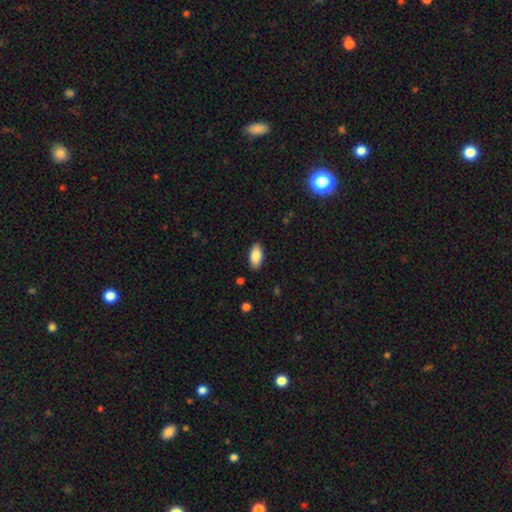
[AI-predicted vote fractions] The model was most divided on "smooth or featured": smooth: 85%, featured or disk: 8%, star or artifact: 6%. More confident: how rounded — in between (89%); merging — none (88%).